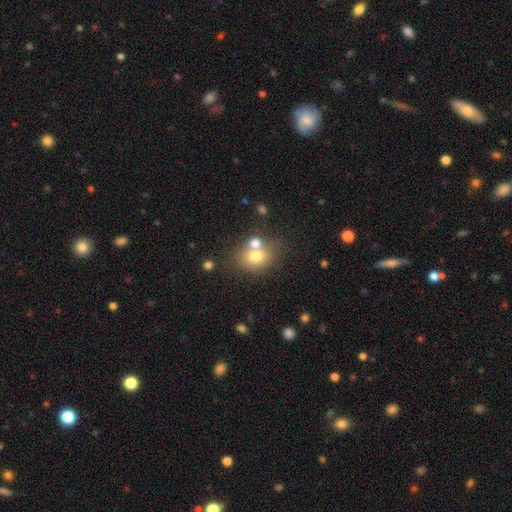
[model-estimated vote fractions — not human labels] smooth-or-featured: smooth: 71% | featured or disk: 17% | star or artifact: 12%
  how-rounded: round: 55% | in between: 44% | cigar-shaped: 1%
  merging: none: 44% | merger: 41% | minor disturbance: 10% | major disturbance: 5%